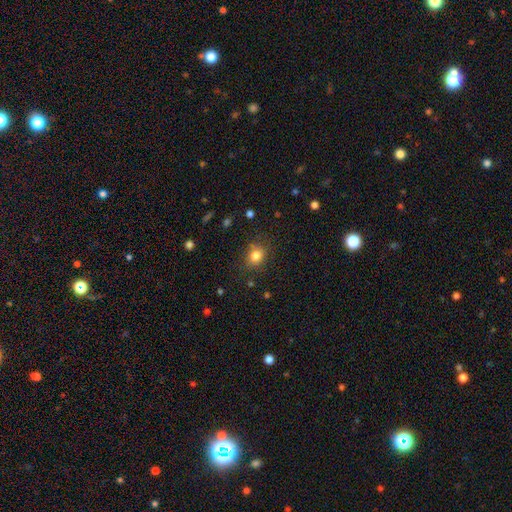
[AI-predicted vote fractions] smooth-or-featured: smooth: 81% | star or artifact: 12% | featured or disk: 7%
  how-rounded: round: 63% | in between: 36% | cigar-shaped: 1%
  merging: none: 79% | minor disturbance: 15% | major disturbance: 4% | merger: 2%